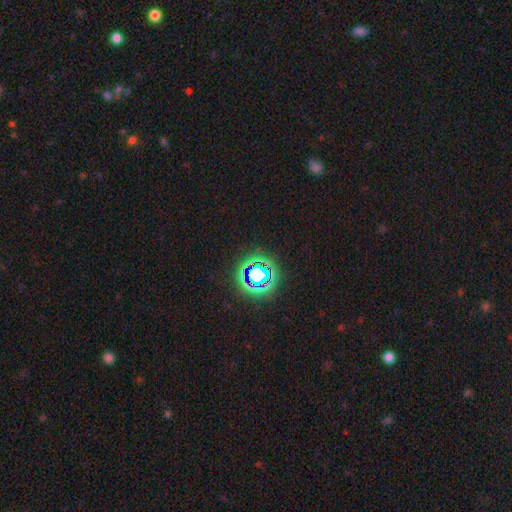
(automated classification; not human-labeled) star or artifact 78%, smooth 16%, featured or disk 6%.